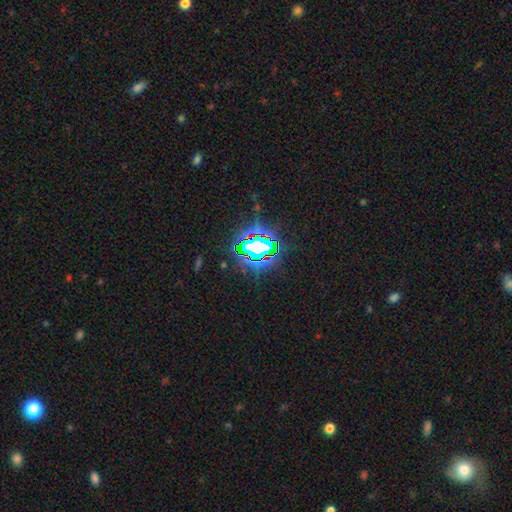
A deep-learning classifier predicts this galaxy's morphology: A star or artifact, not a galaxy (83%).